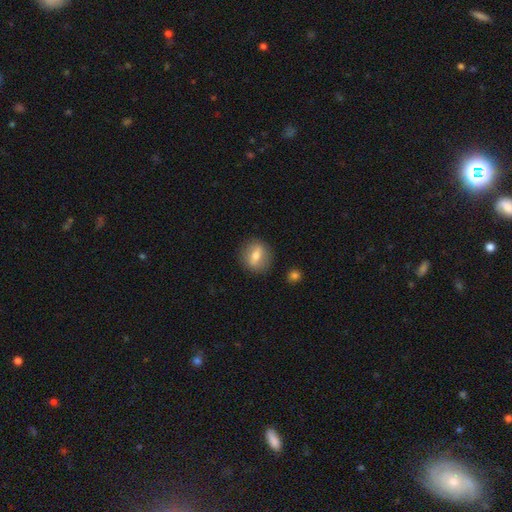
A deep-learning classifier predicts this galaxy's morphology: Smooth or featured?
  - smooth: 60% *
  - featured or disk: 32%
  - star or artifact: 8%
How rounded?
  - round: 63% *
  - in between: 34%
  - cigar-shaped: 4%
Merging?
  - none: 86% *
  - minor disturbance: 9%
  - major disturbance: 3%
  - merger: 2%